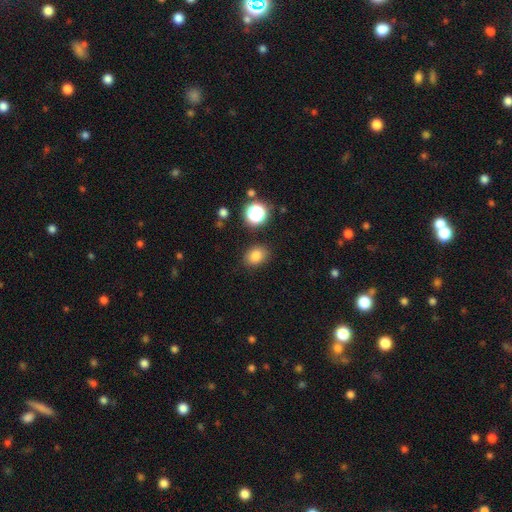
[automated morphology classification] This is clearly a smooth galaxy (81%). How rounded: likely in between (63%). Merging: clearly none (85%).